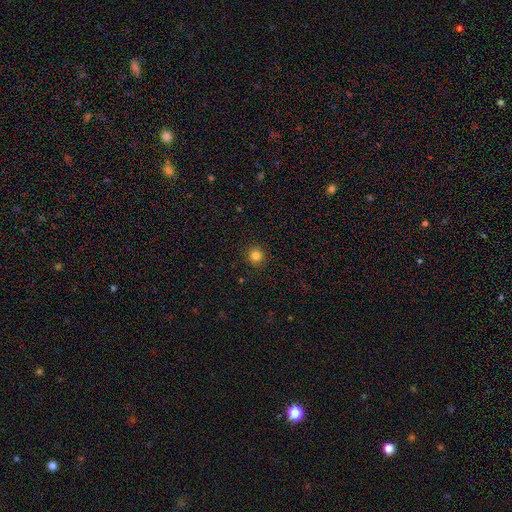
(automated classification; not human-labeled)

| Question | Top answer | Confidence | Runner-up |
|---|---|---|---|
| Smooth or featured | smooth | 83% | star or artifact (12%) |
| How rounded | round | 95% | in between (4%) |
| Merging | none | 93% | minor disturbance (5%) |